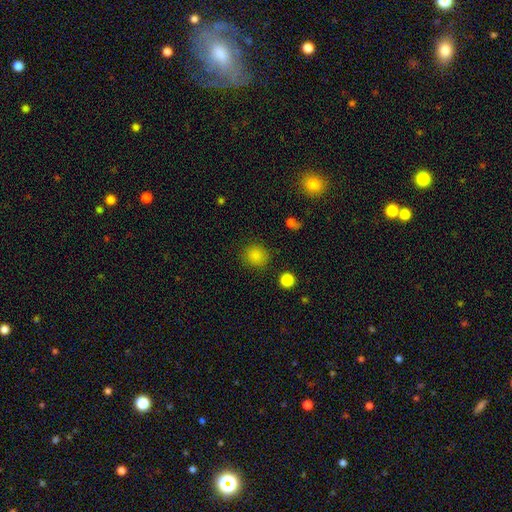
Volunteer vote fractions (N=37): smooth 92%, star or artifact 5%, featured or disk 3%. Down the decision tree: how rounded — round (94%); merging — none (89%).